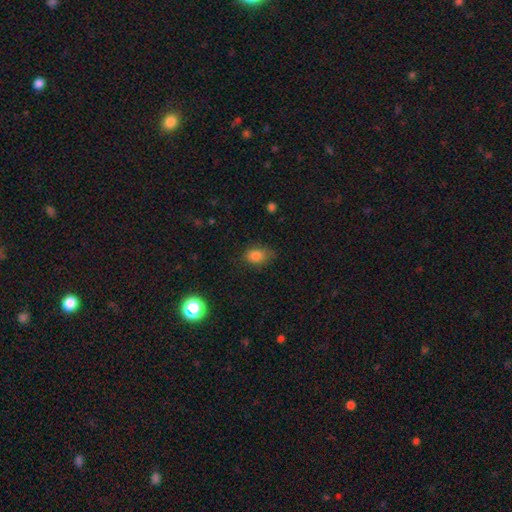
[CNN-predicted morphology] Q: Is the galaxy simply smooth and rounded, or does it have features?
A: smooth — 82%.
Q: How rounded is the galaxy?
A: in between — 75%.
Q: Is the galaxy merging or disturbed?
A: none — 67%.